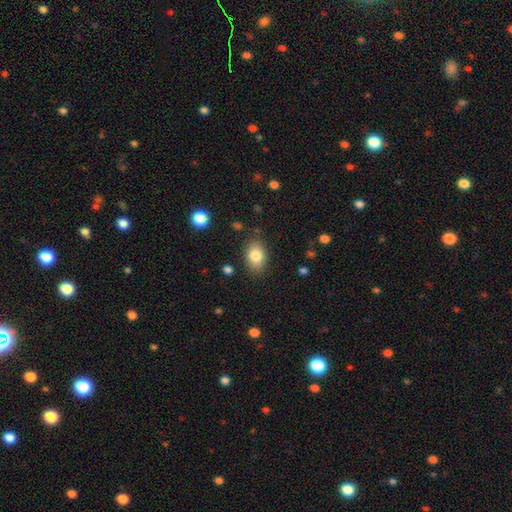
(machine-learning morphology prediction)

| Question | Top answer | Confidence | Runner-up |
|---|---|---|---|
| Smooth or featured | smooth | 82% | featured or disk (10%) |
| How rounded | in between | 84% | round (15%) |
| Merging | none | 83% | minor disturbance (12%) |